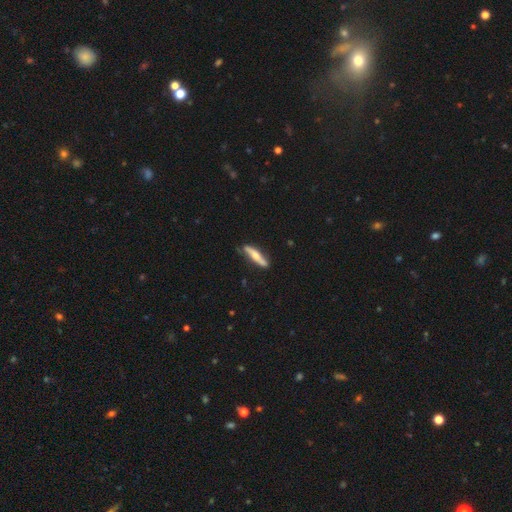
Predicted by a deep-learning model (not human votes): smooth_or_featured: smooth (p=0.55) [alt: featured or disk p=0.40]
how_rounded: cigar-shaped (p=0.86) [alt: in between p=0.12]
merging: none (p=0.76) [alt: minor disturbance p=0.18]